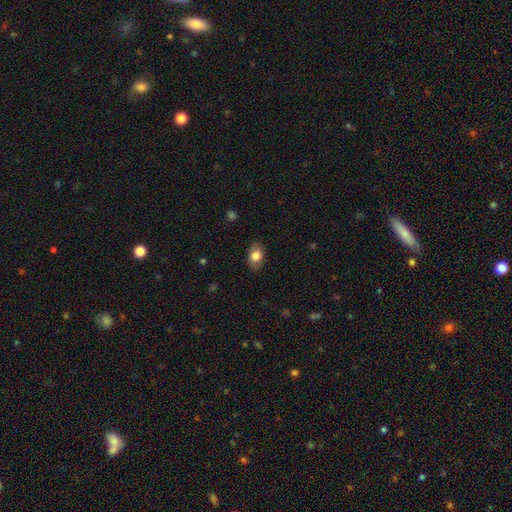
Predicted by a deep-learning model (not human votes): This is likely a smooth galaxy (79%). How rounded: clearly in between (85%). Merging: clearly none (84%).